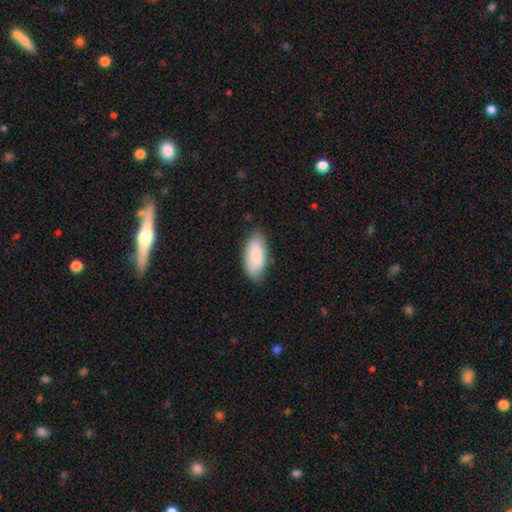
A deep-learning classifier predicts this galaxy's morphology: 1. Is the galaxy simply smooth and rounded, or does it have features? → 85% smooth, 10% featured or disk, 6% star or artifact.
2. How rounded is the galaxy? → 89% in between, 9% cigar-shaped, 2% round.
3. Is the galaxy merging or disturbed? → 76% none, 20% minor disturbance, 3% major disturbance, 1% merger.